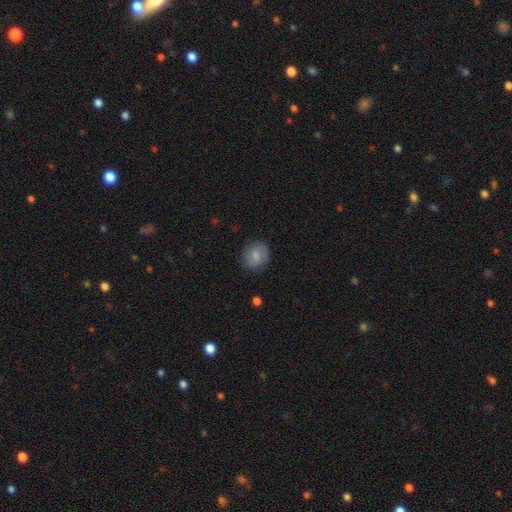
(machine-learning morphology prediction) Smooth or featured? Predicted: smooth (p=0.73). How rounded? Predicted: round (p=0.74). Merging? Predicted: none (p=0.81).